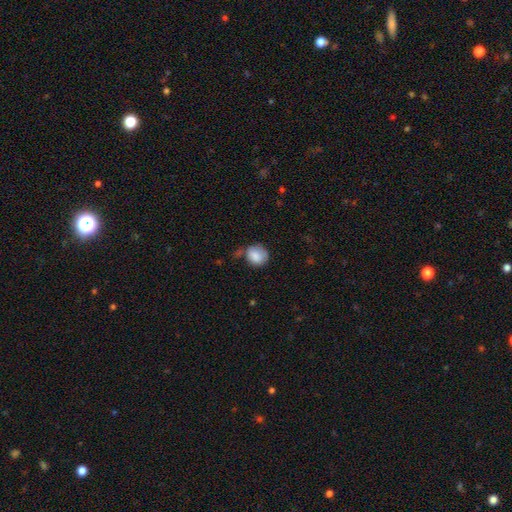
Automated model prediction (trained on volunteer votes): A smooth galaxy with no disk features (85%) that is round (73%). Merging: none (57%).